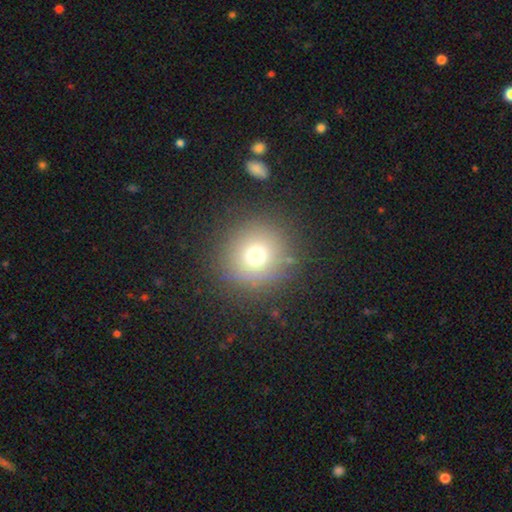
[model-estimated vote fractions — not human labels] Q: Smooth or featured?
A: smooth (72%); runner-up: star or artifact (16%)
Q: How rounded?
A: round (93%); runner-up: in between (6%)
Q: Merging?
A: none (87%); runner-up: minor disturbance (8%)